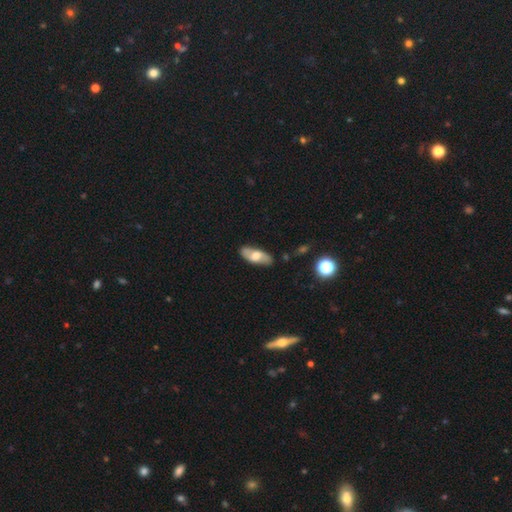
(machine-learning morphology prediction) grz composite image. It shows a smooth galaxy with no disk features (51%) that is in between round and cigar-shaped (79%). Merging: none (81%).